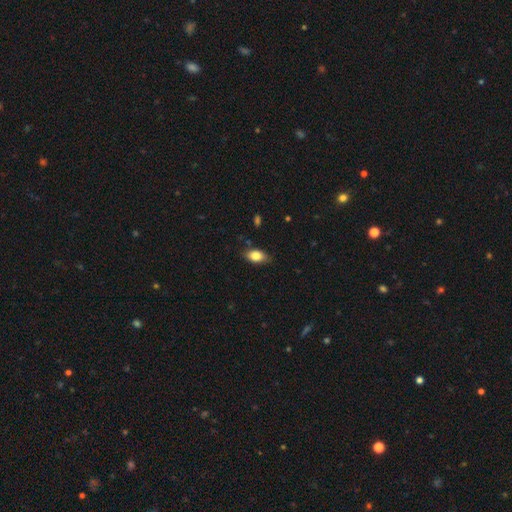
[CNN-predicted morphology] Overall: smooth (83%). How rounded: in between (89%). Merging: none (78%).